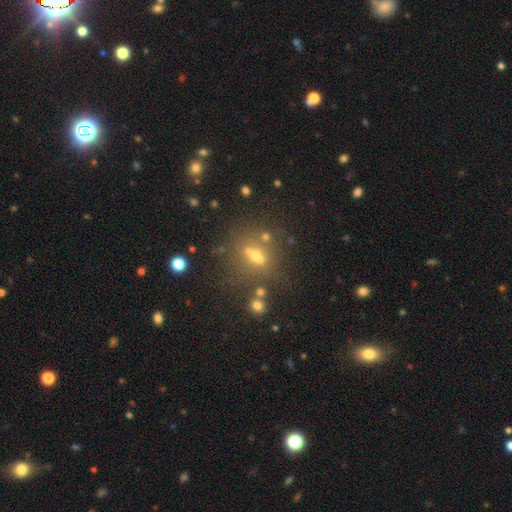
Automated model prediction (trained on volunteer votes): A smooth galaxy with no disk features (43%). Merging: none (53%).